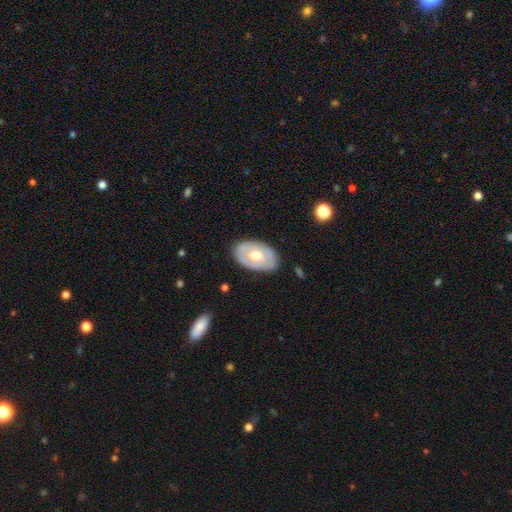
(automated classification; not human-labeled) smooth-or-featured: featured or disk: 47% (tied) | smooth: 47% (tied) | star or artifact: 5%
  merging: none: 81% | minor disturbance: 14% | major disturbance: 3% | merger: 1%